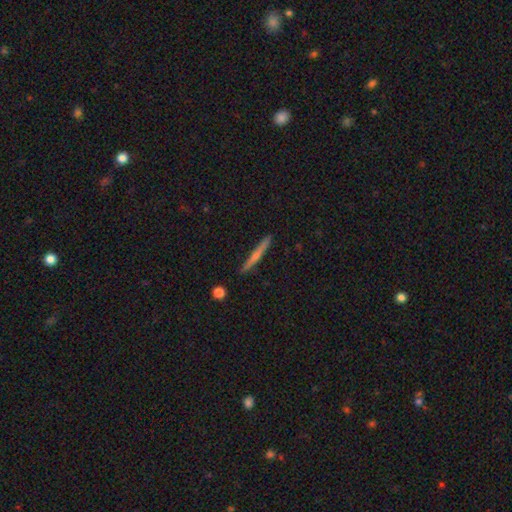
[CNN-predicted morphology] Smooth or featured?
  - featured or disk: 58% *
  - smooth: 31%
  - star or artifact: 11%
Edge-on disk?
  - yes: 95% *
  - no: 5%
Edge-on bulge?
  - rounded: 61% *
  - none: 30%
  - boxy: 9%
Merging?
  - none: 88% *
  - minor disturbance: 8%
  - major disturbance: 2%
  - merger: 2%